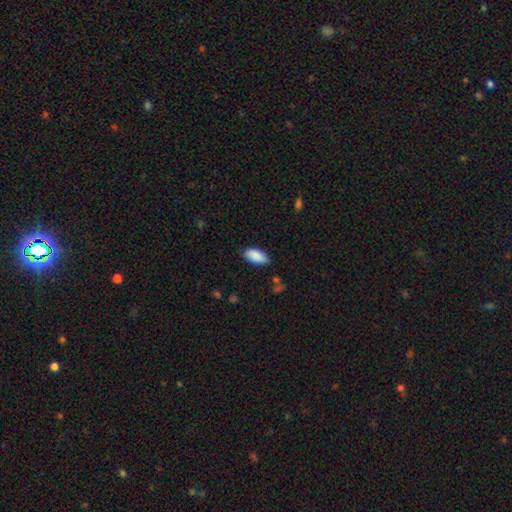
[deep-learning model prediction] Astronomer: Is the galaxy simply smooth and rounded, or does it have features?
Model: smooth — 89%.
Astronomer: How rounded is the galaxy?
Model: in between — 91%.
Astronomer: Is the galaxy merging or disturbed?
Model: none — 80%.